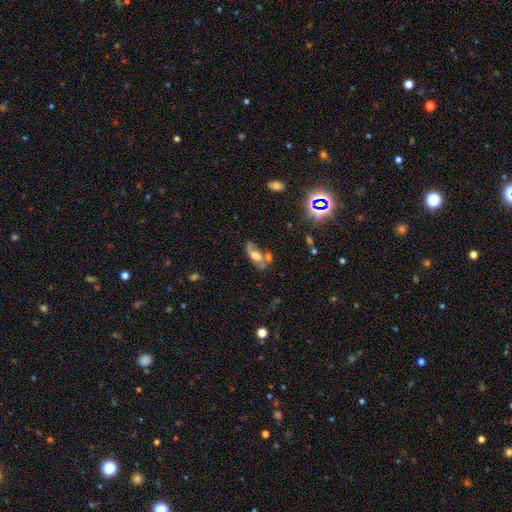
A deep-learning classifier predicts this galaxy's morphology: featured or disk 51%, smooth 39%, star or artifact 11%. Down the decision tree: edge-on disk — no (81%); merging — none (43%).